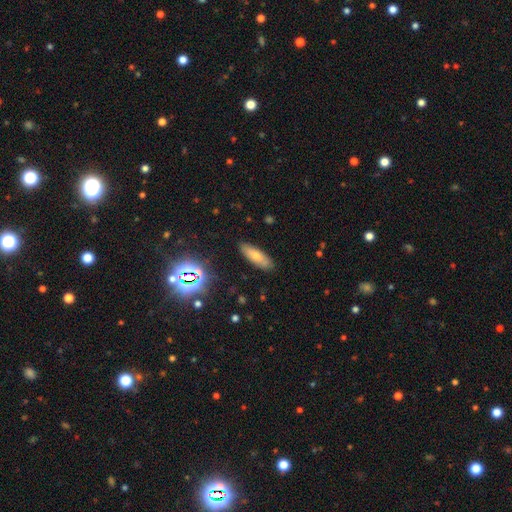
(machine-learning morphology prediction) Smooth or featured?
  - smooth: 71% *
  - featured or disk: 18%
  - star or artifact: 11%
How rounded?
  - in between: 58% *
  - cigar-shaped: 39%
  - round: 2%
Merging?
  - none: 84% *
  - minor disturbance: 12%
  - major disturbance: 3%
  - merger: 2%